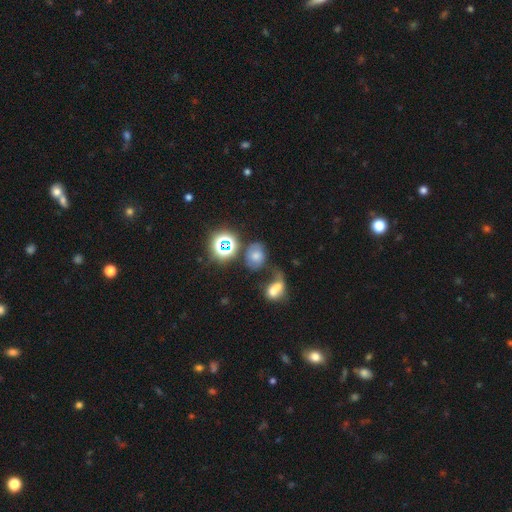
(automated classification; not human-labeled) Smooth or featured: smooth — 52% (star or artifact — 26%)
How rounded: in between — 57% (round — 42%)
Merging: none — 36% (merger — 33%)